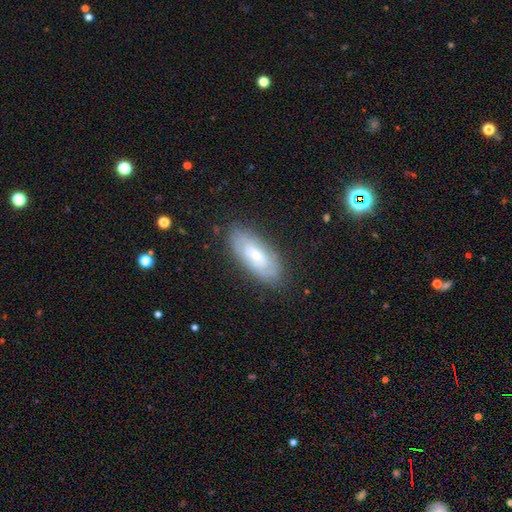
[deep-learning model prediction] Smooth or featured?
  - featured or disk: 57% *
  - smooth: 36%
  - star or artifact: 8%
Edge-on disk?
  - no: 86% *
  - yes: 14%
Merging?
  - none: 81% *
  - minor disturbance: 14%
  - major disturbance: 4%
  - merger: 1%